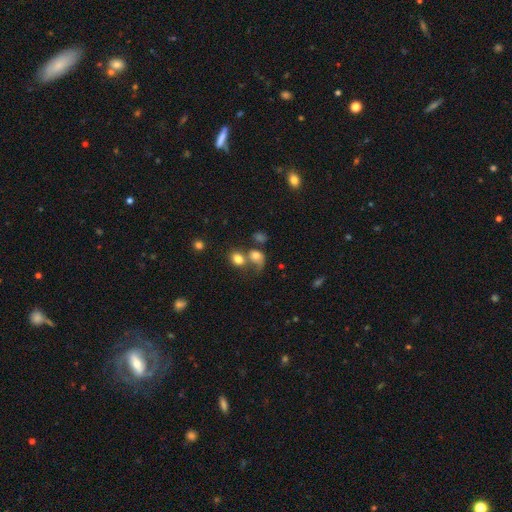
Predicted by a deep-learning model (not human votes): A smooth galaxy with no disk features (73%) that is in between round and cigar-shaped (51%).

Vote fractions:
- Smooth or featured? smooth: 73% / featured or disk: 15% / star or artifact: 12%
- How rounded? in between: 51% / round: 48% / cigar-shaped: 2%
- Merging? merger: 48% / none: 25% / major disturbance: 14% / minor disturbance: 12%